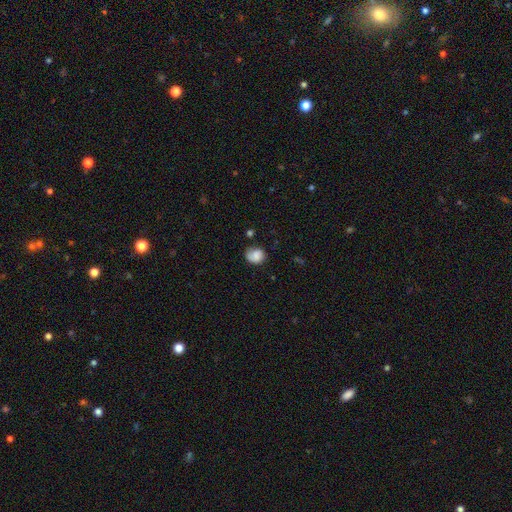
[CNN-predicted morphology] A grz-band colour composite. It shows a smooth galaxy with no disk features (71%) that is round (65%). Merging: none (60%).